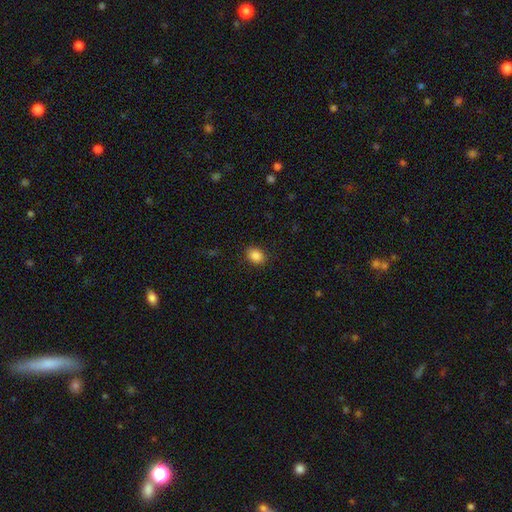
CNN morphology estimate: type=smooth (87%); roundness=in between (55%); merging=none (89%).